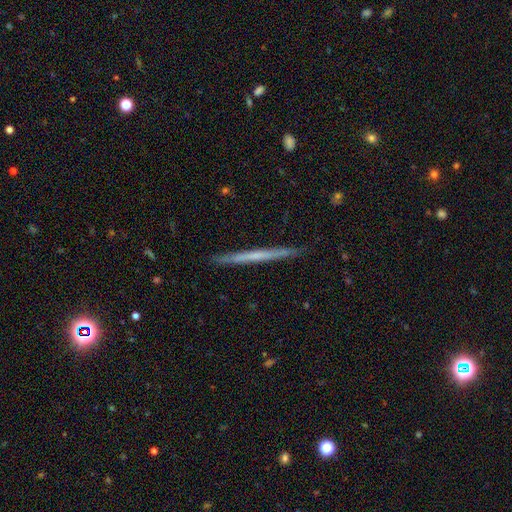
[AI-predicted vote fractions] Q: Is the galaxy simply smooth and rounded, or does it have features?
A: featured or disk — 53%.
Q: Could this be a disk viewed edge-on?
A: yes — 98%.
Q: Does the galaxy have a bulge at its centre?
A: none — 87%.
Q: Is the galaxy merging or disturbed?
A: none — 91%.